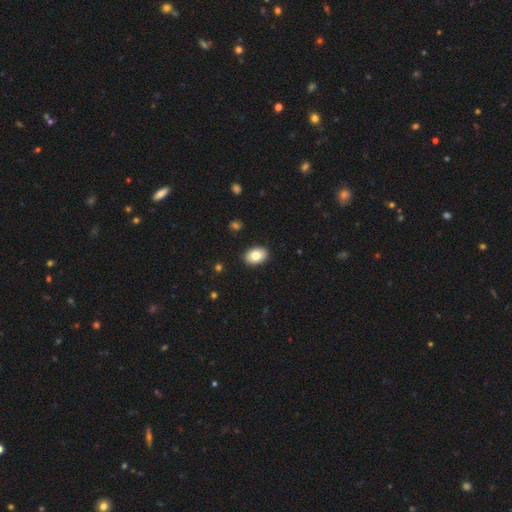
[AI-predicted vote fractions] smooth 82%, featured or disk 10%, star or artifact 8%. Down the decision tree: how rounded — in between (83%); merging — none (90%).